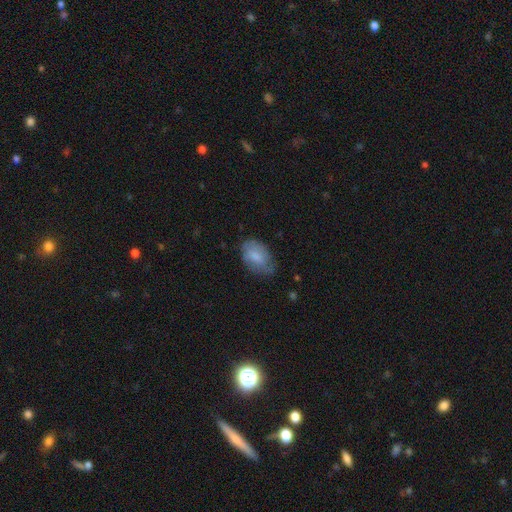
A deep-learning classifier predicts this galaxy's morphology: Smooth or featured? Predicted: smooth (p=0.72). How rounded? Predicted: in between (p=0.89). Merging? Predicted: none (p=0.58).